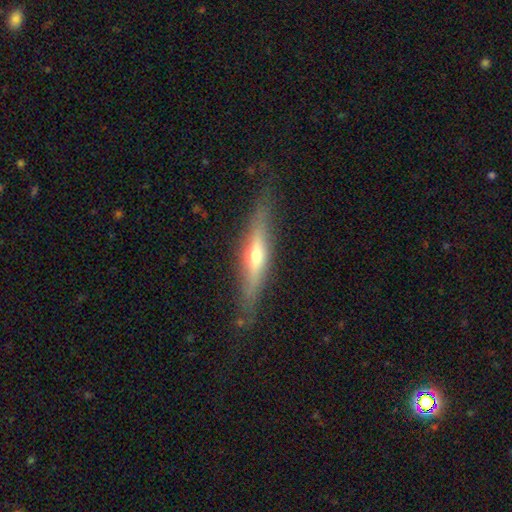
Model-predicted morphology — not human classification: Smooth or featured? featured or disk (68%)
Edge-on disk? yes (93%)
Edge-on bulge? rounded (84%)
Merging? none (83%)